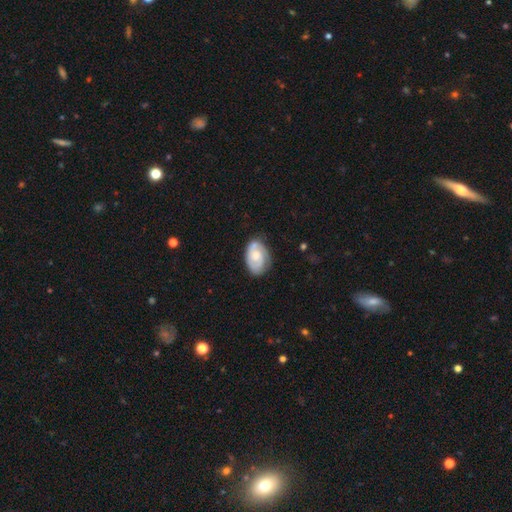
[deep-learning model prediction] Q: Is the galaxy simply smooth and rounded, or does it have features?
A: featured or disk — 67%.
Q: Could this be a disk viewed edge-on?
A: no — 96%.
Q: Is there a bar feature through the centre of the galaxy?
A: no — 69%.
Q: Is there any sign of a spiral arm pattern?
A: yes — 89%.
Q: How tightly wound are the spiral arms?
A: tight — 55%.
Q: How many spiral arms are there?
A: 2 — 65%.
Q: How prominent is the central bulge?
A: moderate — 53%.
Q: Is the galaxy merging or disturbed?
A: none — 71%.